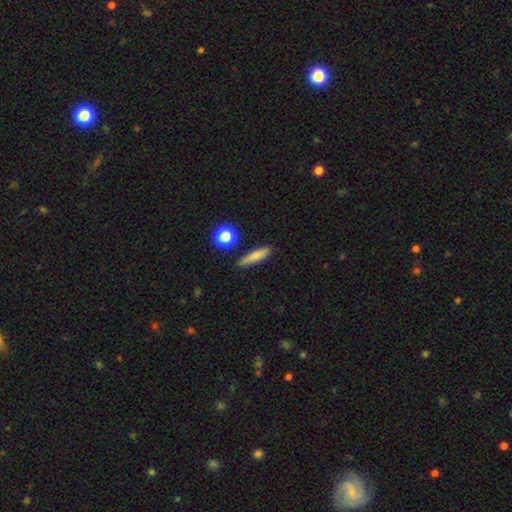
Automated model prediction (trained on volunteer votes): Smooth or featured?
  - smooth: 79% *
  - featured or disk: 12%
  - star or artifact: 9%
How rounded?
  - cigar-shaped: 73% *
  - in between: 21%
  - round: 6%
Merging?
  - none: 85% *
  - minor disturbance: 10%
  - merger: 3%
  - major disturbance: 2%